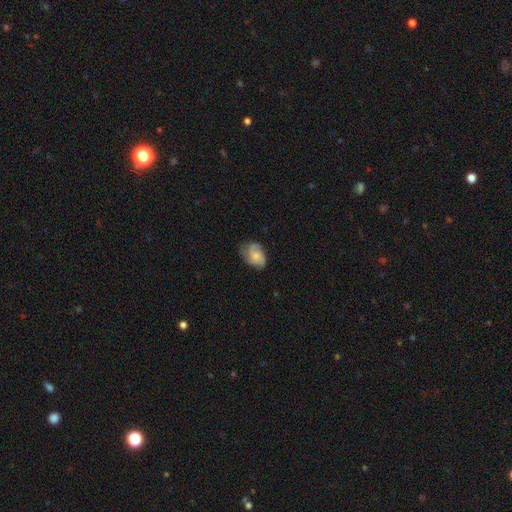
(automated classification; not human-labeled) Smooth or featured? smooth (48%)
Merging? none (59%)